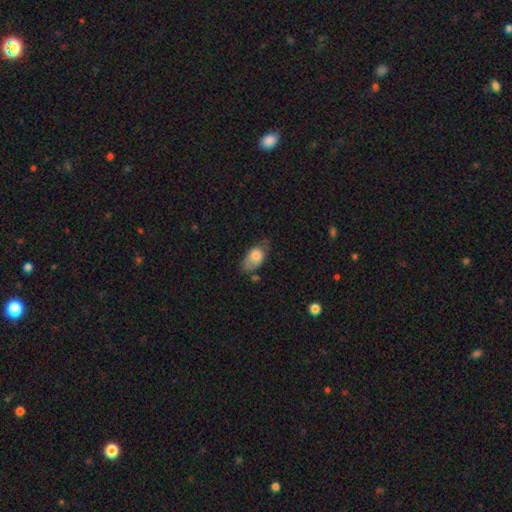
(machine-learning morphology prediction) Smooth or featured? Predicted: smooth (p=0.76). How rounded? Predicted: in between (p=0.88). Merging? Predicted: none (p=0.45).